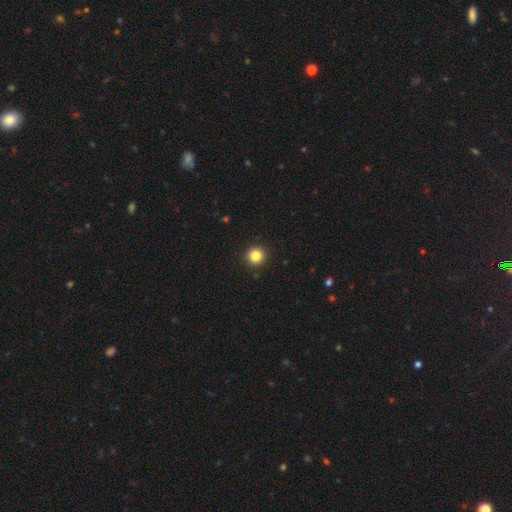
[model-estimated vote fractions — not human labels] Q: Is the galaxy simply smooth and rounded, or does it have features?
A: smooth — 84%.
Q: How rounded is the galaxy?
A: round — 95%.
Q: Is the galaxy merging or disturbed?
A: none — 93%.